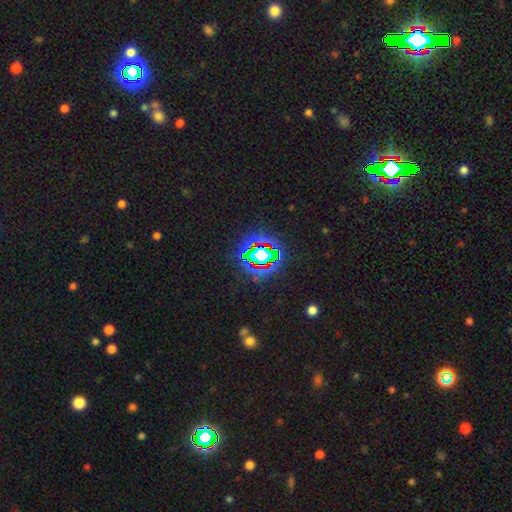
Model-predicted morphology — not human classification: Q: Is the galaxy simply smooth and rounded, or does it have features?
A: star or artifact — 81%.